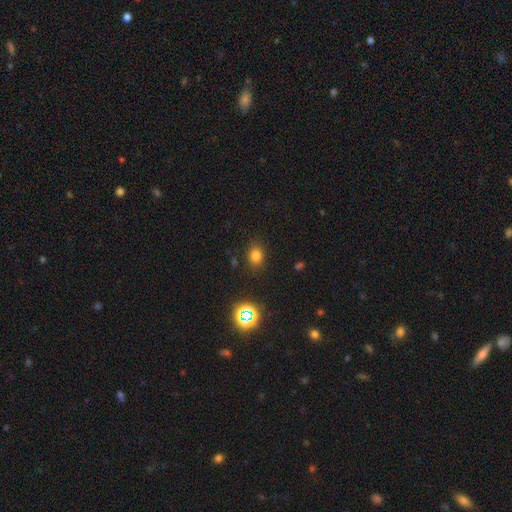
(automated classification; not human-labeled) Smooth or featured: smooth — 75% (star or artifact — 18%)
How rounded: in between — 56% (round — 43%)
Merging: none — 84% (minor disturbance — 11%)